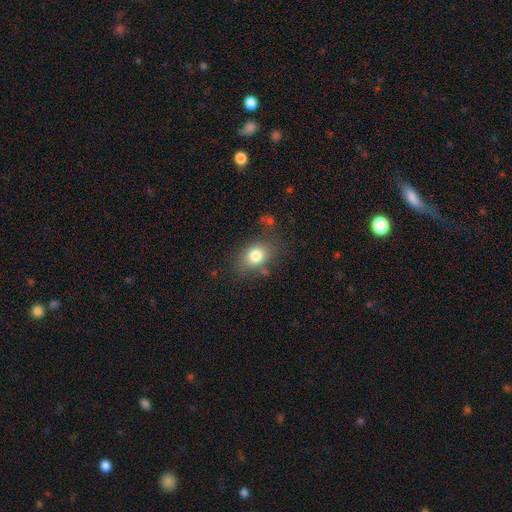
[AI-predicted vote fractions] smooth-or-featured: smooth: 80% | star or artifact: 10% | featured or disk: 10%
  how-rounded: in between: 59% | round: 39% | cigar-shaped: 1%
  merging: none: 72% | minor disturbance: 18% | major disturbance: 7% | merger: 4%